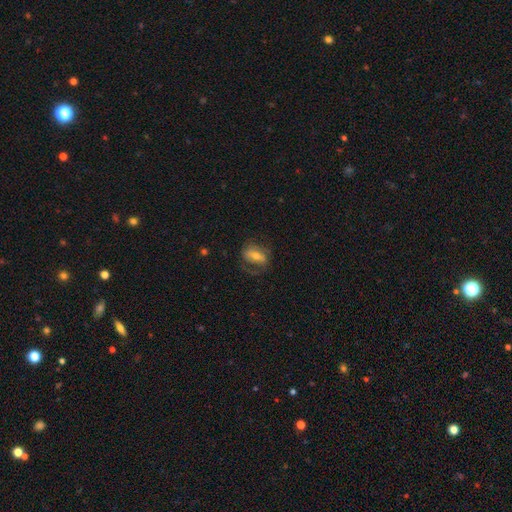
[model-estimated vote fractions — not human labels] The model was most divided on "smooth or featured": featured or disk: 48%, smooth: 43%, star or artifact: 9%. More confident: merging — none (60%).